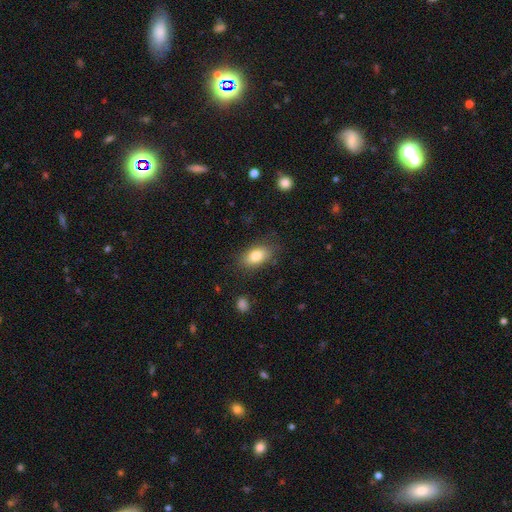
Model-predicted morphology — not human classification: A smooth galaxy with no disk features (80%) that is in between round and cigar-shaped (89%).

Vote fractions:
- Smooth or featured? smooth: 80% / featured or disk: 12% / star or artifact: 8%
- How rounded? in between: 89% / round: 6% / cigar-shaped: 5%
- Merging? none: 81% / minor disturbance: 14% / major disturbance: 4% / merger: 2%